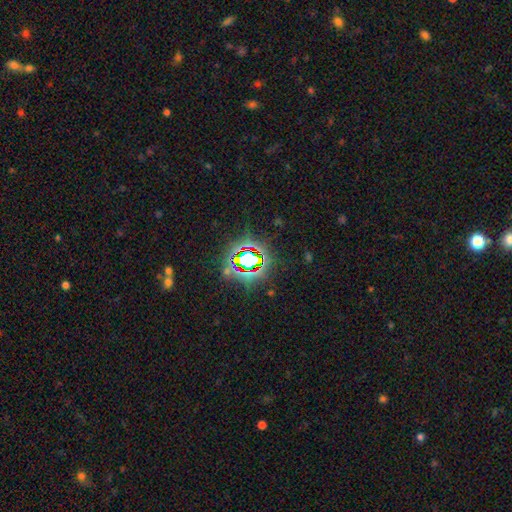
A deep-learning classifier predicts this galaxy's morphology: type=star or artifact (75%).